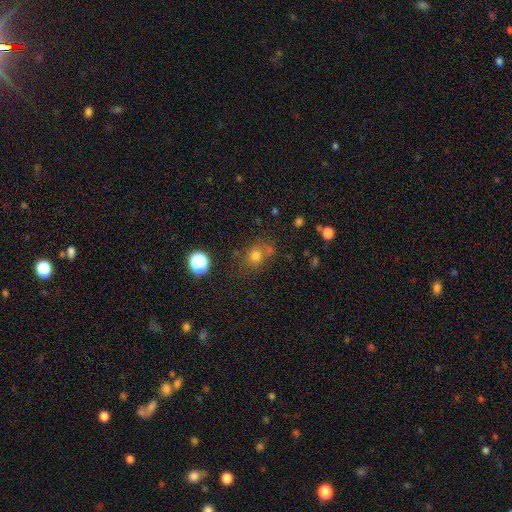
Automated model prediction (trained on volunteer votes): A smooth galaxy with no disk features (73%) that is round (78%). Merging: none (66%).